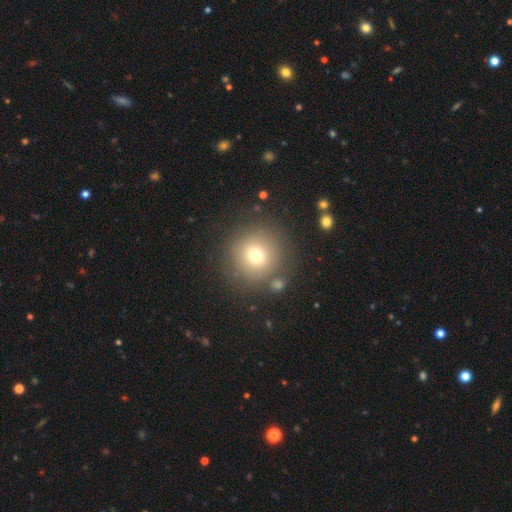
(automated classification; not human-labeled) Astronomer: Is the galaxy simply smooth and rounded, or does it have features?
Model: smooth — 72%.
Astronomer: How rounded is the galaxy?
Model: round — 95%.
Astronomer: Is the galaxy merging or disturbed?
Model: none — 82%.